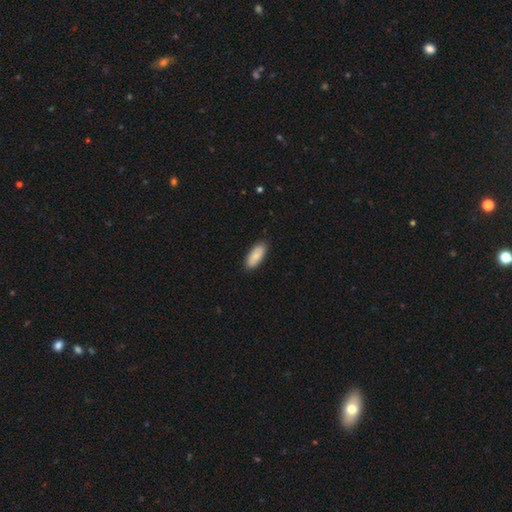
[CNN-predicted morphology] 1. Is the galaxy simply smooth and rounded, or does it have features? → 85% smooth, 10% featured or disk, 6% star or artifact.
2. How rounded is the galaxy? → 84% in between, 14% cigar-shaped, 2% round.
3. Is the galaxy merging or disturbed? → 87% none, 10% minor disturbance, 2% major disturbance, 1% merger.